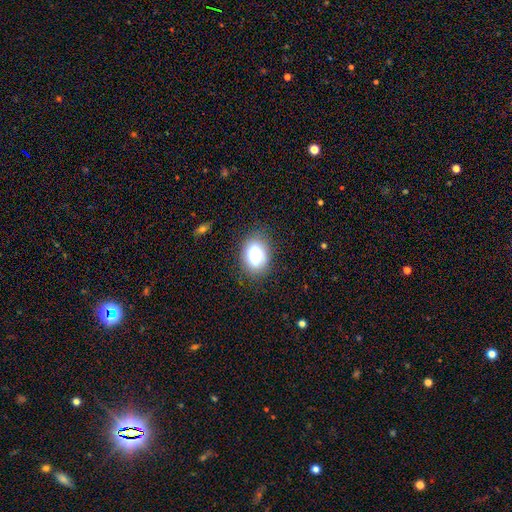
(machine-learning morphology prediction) Smooth or featured? Predicted: smooth (p=0.78). How rounded? Predicted: in between (p=0.77). Merging? Predicted: none (p=0.79).